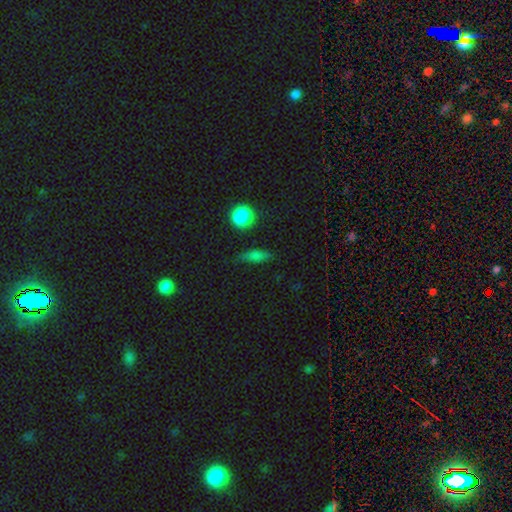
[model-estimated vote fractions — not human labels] A smooth galaxy with no disk features (71%) that is in between round and cigar-shaped (52%).

Vote fractions:
- Smooth or featured? smooth: 71% / featured or disk: 15% / star or artifact: 14%
- How rounded? in between: 52% / cigar-shaped: 35% / round: 13%
- Merging? none: 77% / minor disturbance: 16% / major disturbance: 4% / merger: 2%